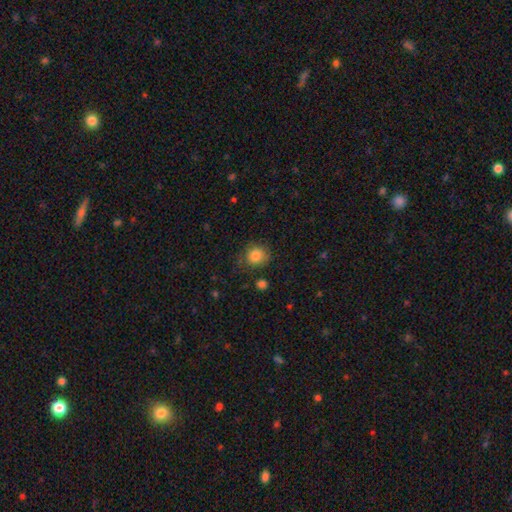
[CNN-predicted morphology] type=smooth (84%); roundness=round (82%); merging=none (75%).